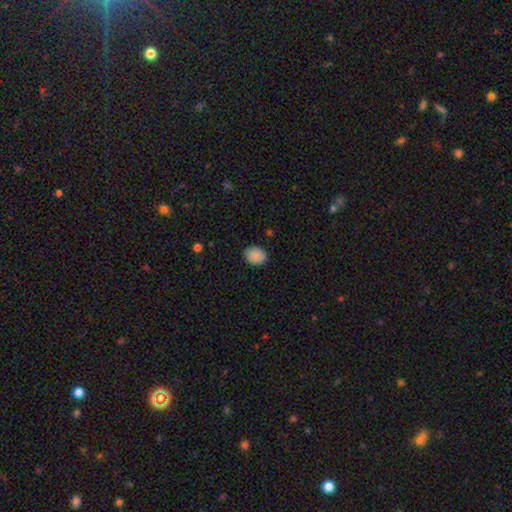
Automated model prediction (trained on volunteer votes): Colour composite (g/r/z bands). It shows a smooth galaxy with no disk features (89%) that is in between round and cigar-shaped (60%). Merging: none (86%).